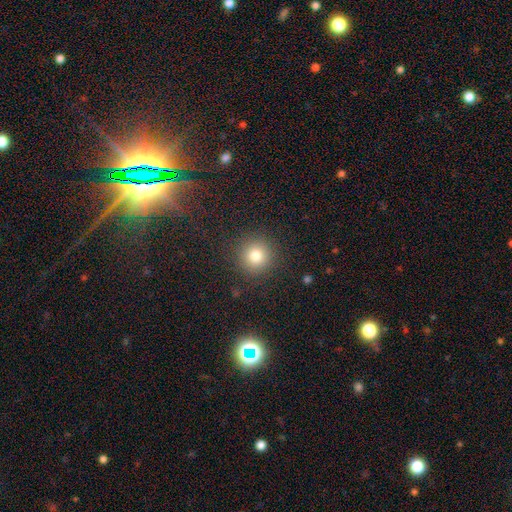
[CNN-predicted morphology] Q: Smooth or featured?
A: smooth (79%); runner-up: star or artifact (13%)
Q: How rounded?
A: round (94%); runner-up: in between (5%)
Q: Merging?
A: none (89%); runner-up: minor disturbance (6%)